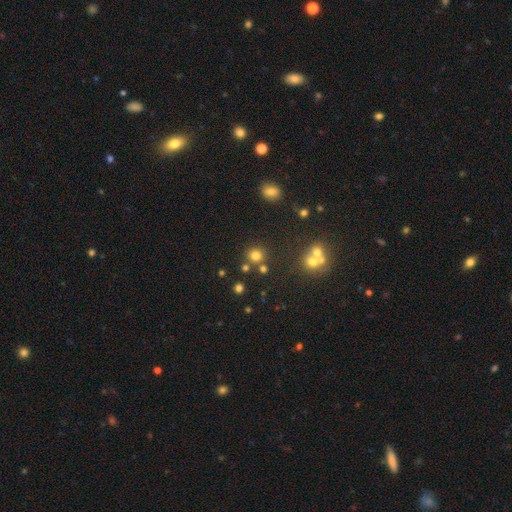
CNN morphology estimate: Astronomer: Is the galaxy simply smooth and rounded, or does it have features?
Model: smooth — 74%.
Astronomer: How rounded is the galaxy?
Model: round — 91%.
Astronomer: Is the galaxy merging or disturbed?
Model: none — 77%.